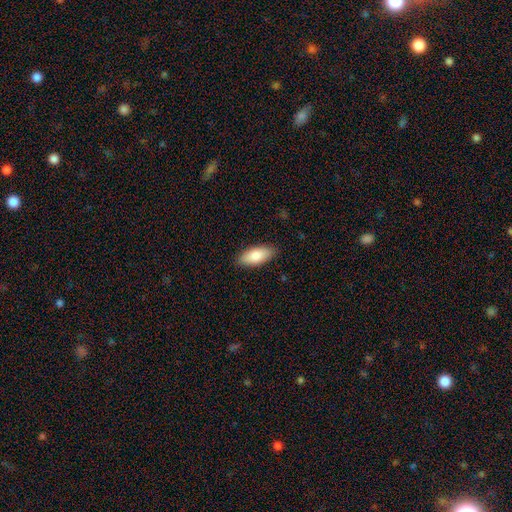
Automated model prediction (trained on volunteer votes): Smooth or featured: smooth — 84% (featured or disk — 10%)
How rounded: in between — 86% (cigar-shaped — 12%)
Merging: none — 87% (minor disturbance — 10%)